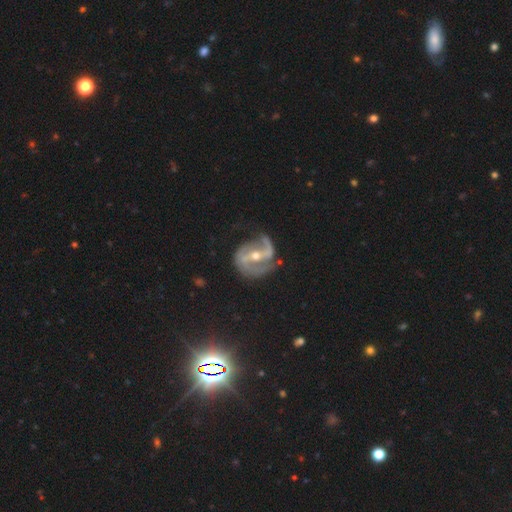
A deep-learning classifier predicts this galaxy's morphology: This is clearly a featured or disk galaxy (89%). It is clearly not viewed edge-on (97%). Bar: possibly strong (59%). Spiral arm pattern: clearly yes (96%). Spiral arm count: clearly 2 (84%). Spiral winding: possibly medium (49%). Central bulge: possibly moderate (50%). Merging: likely none (63%).